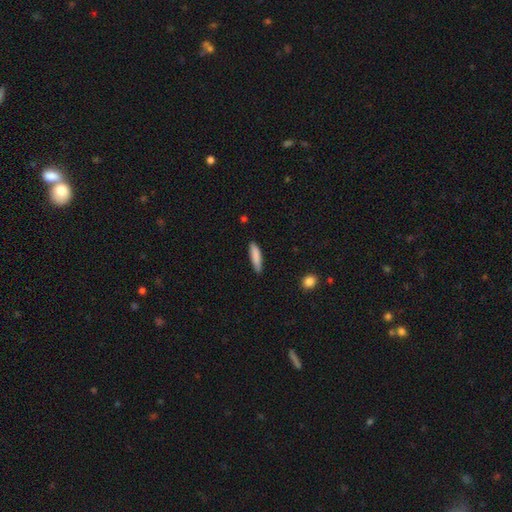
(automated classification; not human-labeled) Smooth or featured: smooth — 85% (featured or disk — 9%)
How rounded: cigar-shaped — 74% (in between — 24%)
Merging: none — 81% (minor disturbance — 15%)